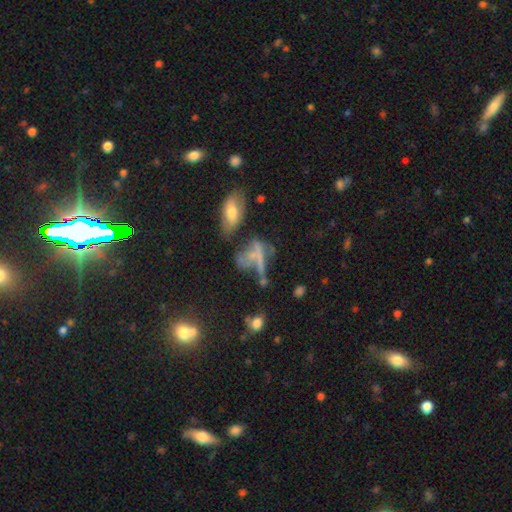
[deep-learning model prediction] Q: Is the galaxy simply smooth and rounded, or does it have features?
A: smooth — 46%.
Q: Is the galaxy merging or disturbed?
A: merger — 32%.